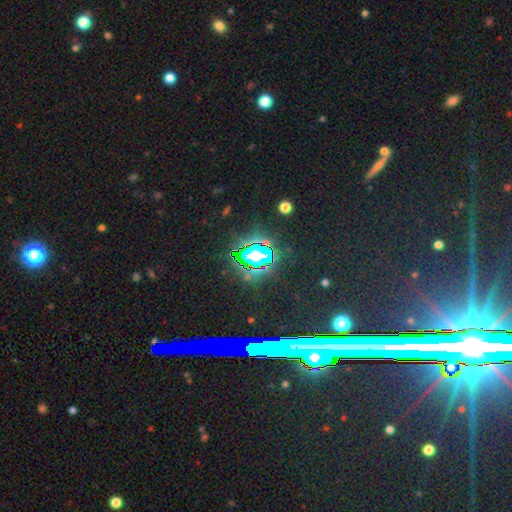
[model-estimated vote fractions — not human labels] Smooth or featured: star or artifact — 74% (smooth — 15%)